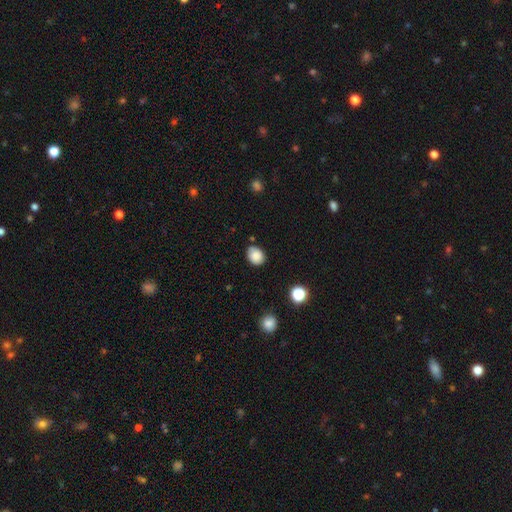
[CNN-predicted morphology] Smooth or featured? smooth (86%)
How rounded? round (54%)
Merging? none (77%)